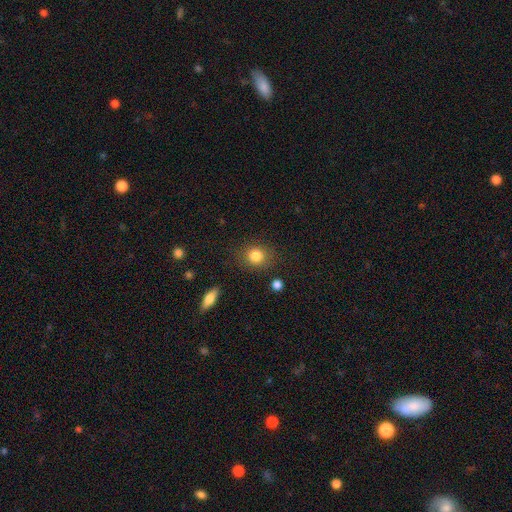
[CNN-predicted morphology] smooth_or_featured: smooth (p=0.84) [alt: star or artifact p=0.10]
how_rounded: round (p=0.76) [alt: in between p=0.23]
merging: none (p=0.82) [alt: minor disturbance p=0.12]